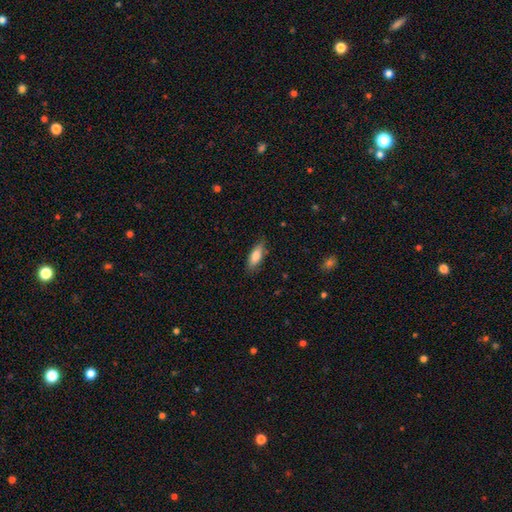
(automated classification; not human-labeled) This appears to be a smooth galaxy with no disk features (82%) that is in between round and cigar-shaped (68%). Merging: none (81%).